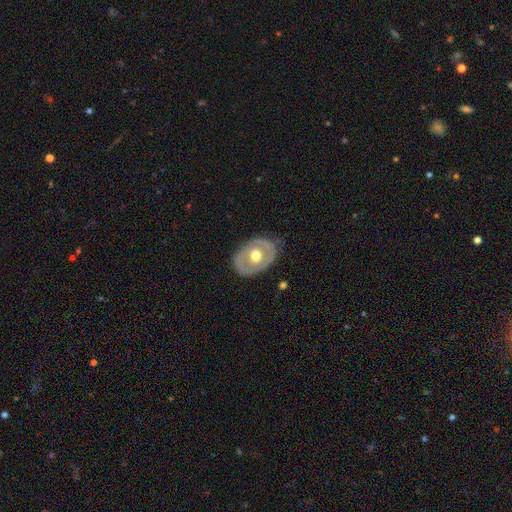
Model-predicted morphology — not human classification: This is possibly a featured or disk galaxy (58%). It is clearly not viewed edge-on (91%). Bar: clearly no (85%). Spiral arm pattern: clearly no (84%). Central bulge: likely moderate (67%). Merging: likely none (76%).